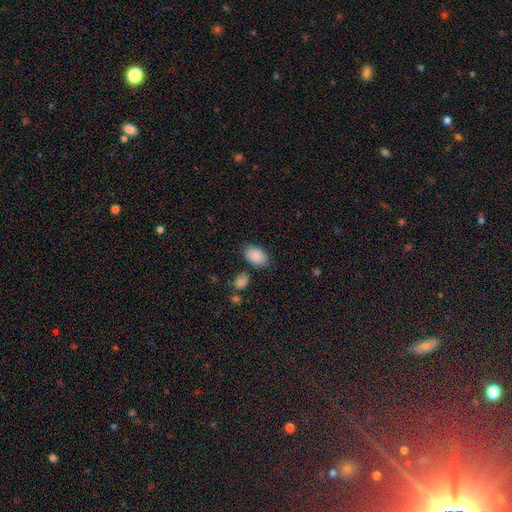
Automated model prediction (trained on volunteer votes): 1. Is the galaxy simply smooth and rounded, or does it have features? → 88% smooth, 7% star or artifact, 5% featured or disk.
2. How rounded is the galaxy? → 88% in between, 11% round, 1% cigar-shaped.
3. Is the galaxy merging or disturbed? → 79% none, 13% minor disturbance, 5% merger, 4% major disturbance.